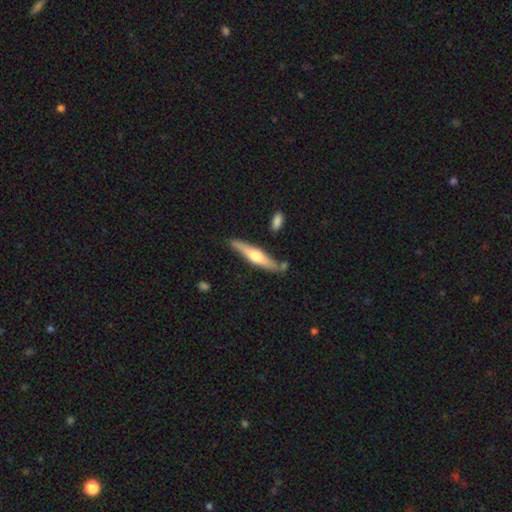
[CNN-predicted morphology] The model was most divided on "smooth or featured": featured or disk: 56%, smooth: 39%, star or artifact: 5%. More confident: edge-on disk — yes (93%); edge-on bulge — rounded (89%); merging — none (78%).